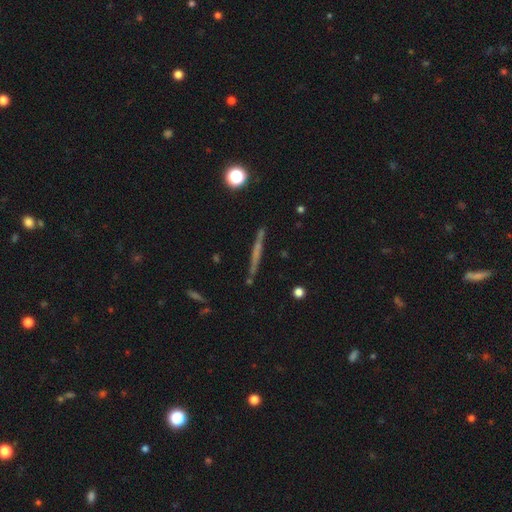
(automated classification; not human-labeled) Q: Smooth or featured?
A: featured or disk (51%); runner-up: smooth (39%)
Q: Edge-on disk?
A: yes (96%); runner-up: no (4%)
Q: Merging?
A: none (87%); runner-up: minor disturbance (8%)